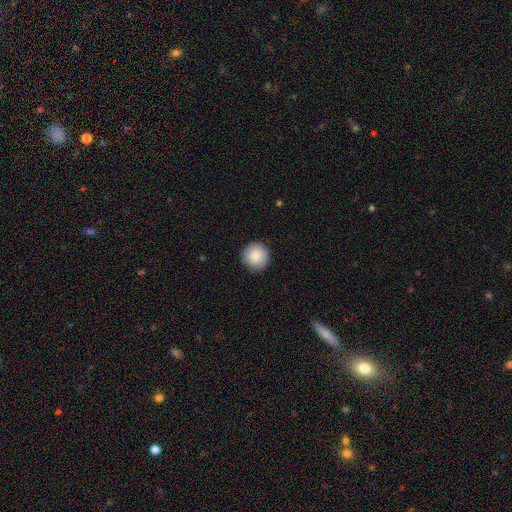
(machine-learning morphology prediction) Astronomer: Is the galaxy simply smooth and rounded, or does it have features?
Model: smooth — 87%.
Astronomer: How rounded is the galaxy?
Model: round — 96%.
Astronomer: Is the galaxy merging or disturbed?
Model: none — 91%.